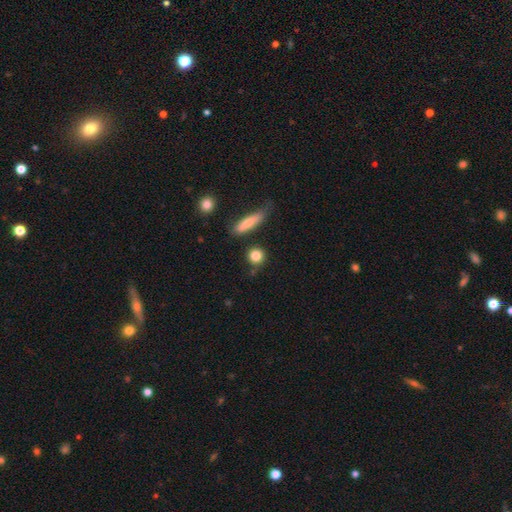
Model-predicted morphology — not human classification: smooth-or-featured: smooth: 84% | star or artifact: 9% | featured or disk: 7%
  how-rounded: round: 82% | in between: 12% | cigar-shaped: 6%
  merging: none: 80% | minor disturbance: 11% | merger: 6% | major disturbance: 3%